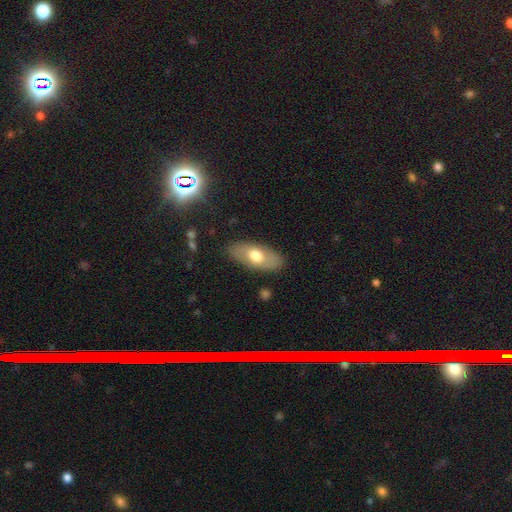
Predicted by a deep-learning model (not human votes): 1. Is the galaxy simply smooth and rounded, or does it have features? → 64% smooth, 30% featured or disk, 6% star or artifact.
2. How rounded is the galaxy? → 87% in between, 9% cigar-shaped, 4% round.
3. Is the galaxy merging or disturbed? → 84% none, 11% minor disturbance, 3% major disturbance, 1% merger.